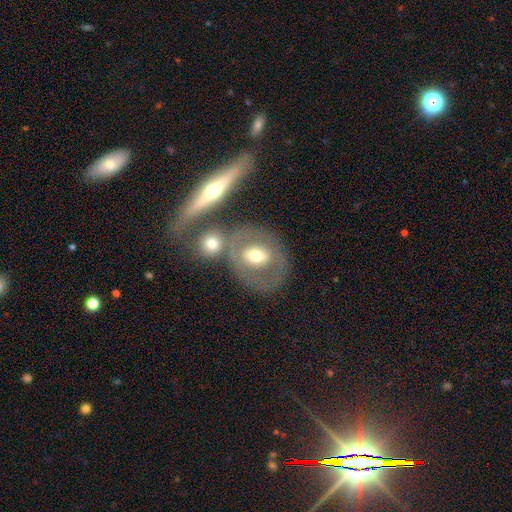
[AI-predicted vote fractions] Morphology: type=featured or disk (48%); merging=none (53%).